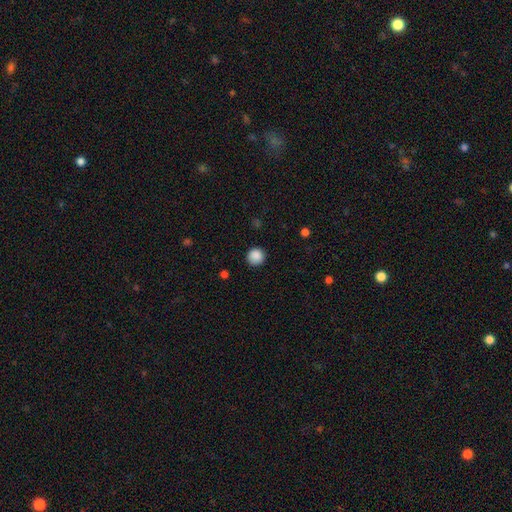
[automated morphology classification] Smooth or featured? Predicted: smooth (p=0.88). How rounded? Predicted: round (p=0.93). Merging? Predicted: none (p=0.89).